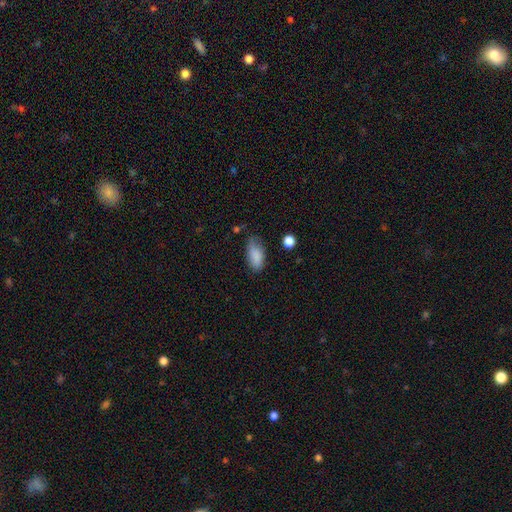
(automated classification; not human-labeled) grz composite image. It shows a smooth galaxy with no disk features (84%) that is in between round and cigar-shaped (90%). Merging: none (57%).